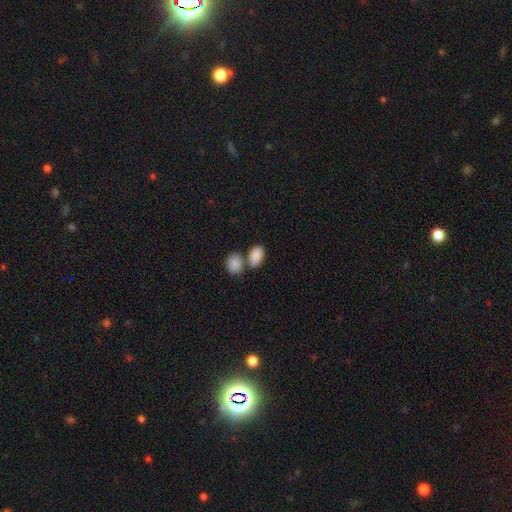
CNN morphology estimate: type=smooth (88%); roundness=in between (88%); merging=none (46%).